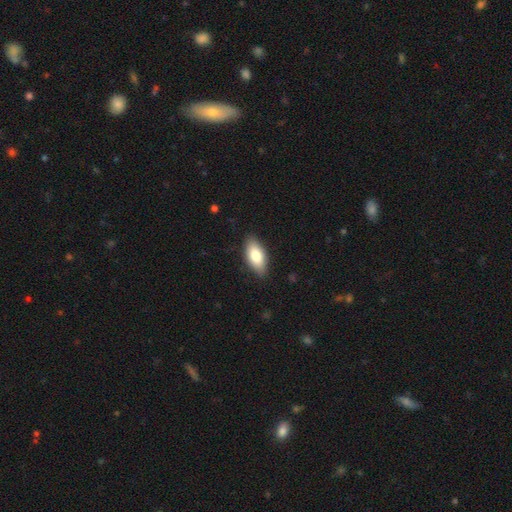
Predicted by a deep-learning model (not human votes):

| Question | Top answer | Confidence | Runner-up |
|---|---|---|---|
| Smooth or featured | smooth | 81% | featured or disk (13%) |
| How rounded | in between | 90% | cigar-shaped (8%) |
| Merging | none | 85% | minor disturbance (12%) |